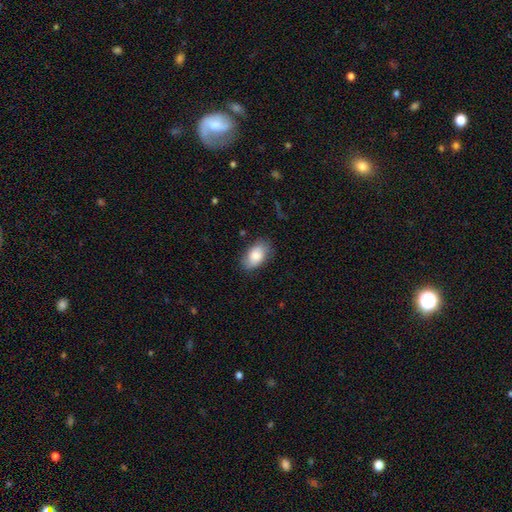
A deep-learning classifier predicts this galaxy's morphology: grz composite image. It shows a smooth galaxy with no disk features (79%) that is in between round and cigar-shaped (92%). Merging: none (76%).